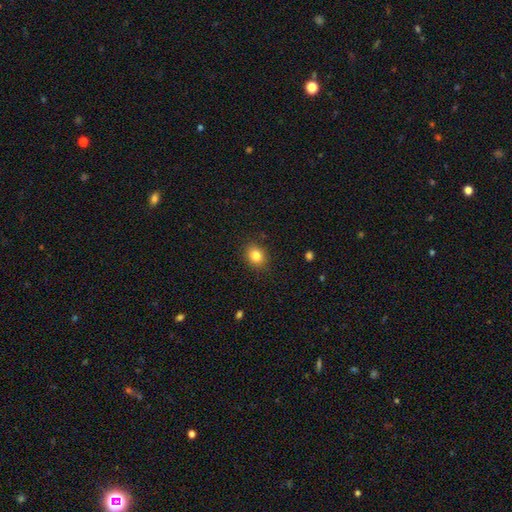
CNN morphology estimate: Smooth or featured: smooth — 84% (star or artifact — 10%)
How rounded: round — 56% (in between — 44%)
Merging: none — 86% (minor disturbance — 10%)